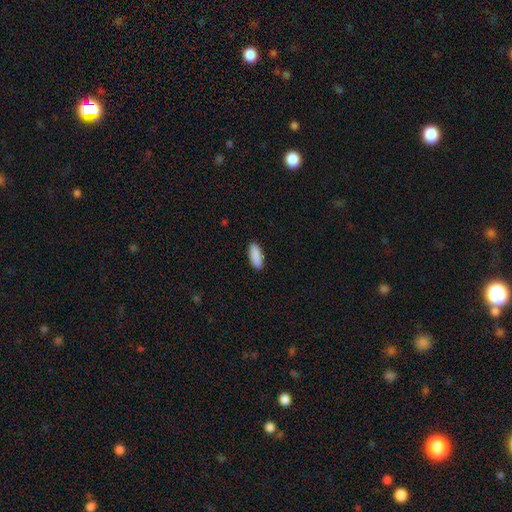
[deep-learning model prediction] Smooth or featured: smooth — 91% (star or artifact — 6%)
How rounded: in between — 83% (cigar-shaped — 15%)
Merging: none — 91% (minor disturbance — 7%)